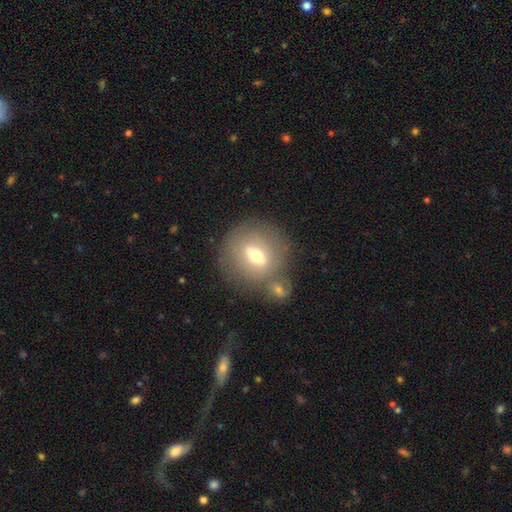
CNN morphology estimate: smooth 50%, featured or disk 41%, star or artifact 9%. Down the decision tree: merging — none (57%).